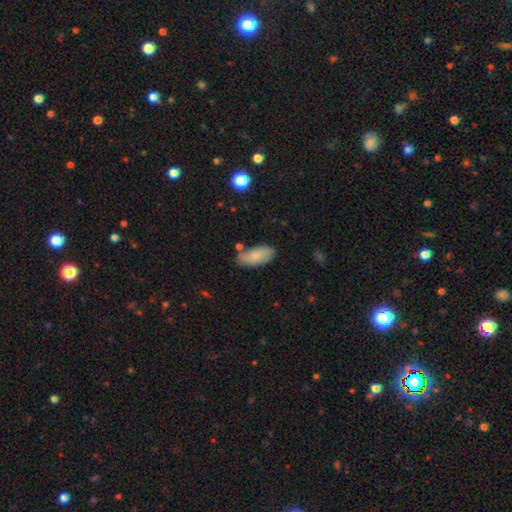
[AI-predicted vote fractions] This appears to be a smooth galaxy with no disk features (82%) that is in between round and cigar-shaped (89%). Merging: none (74%).